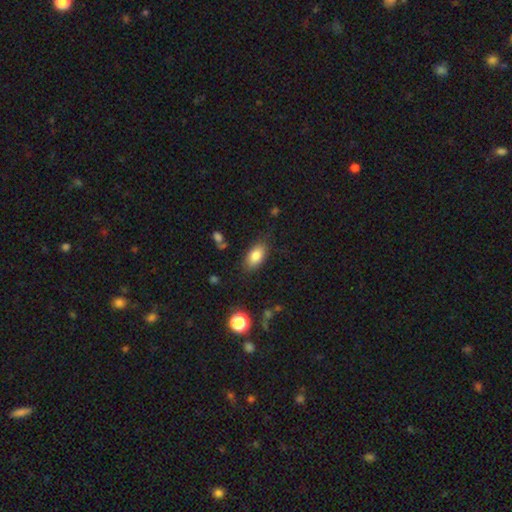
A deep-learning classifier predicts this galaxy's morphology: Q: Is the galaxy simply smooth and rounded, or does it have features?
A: smooth — 83%.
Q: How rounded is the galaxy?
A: in between — 90%.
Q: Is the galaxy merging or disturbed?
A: none — 82%.